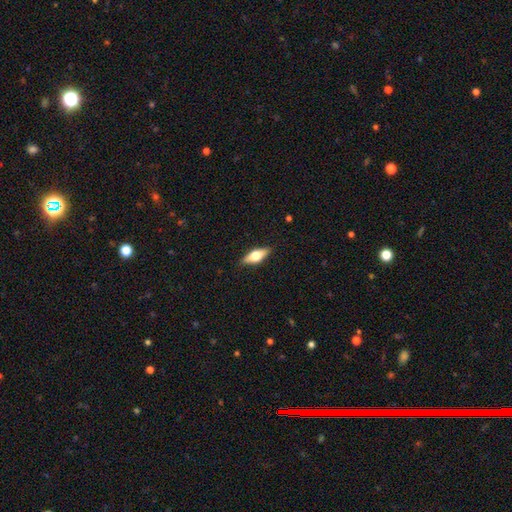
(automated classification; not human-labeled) Morphology: type=featured or disk (48%); merging=none (88%).